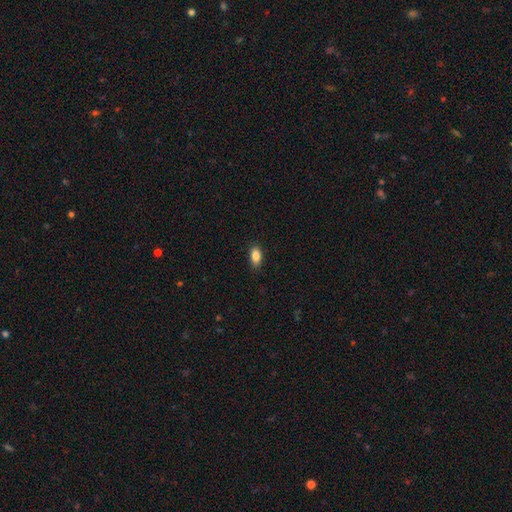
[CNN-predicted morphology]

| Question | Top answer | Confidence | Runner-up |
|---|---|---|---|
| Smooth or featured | smooth | 86% | star or artifact (8%) |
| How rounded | in between | 88% | round (7%) |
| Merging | none | 83% | minor disturbance (13%) |